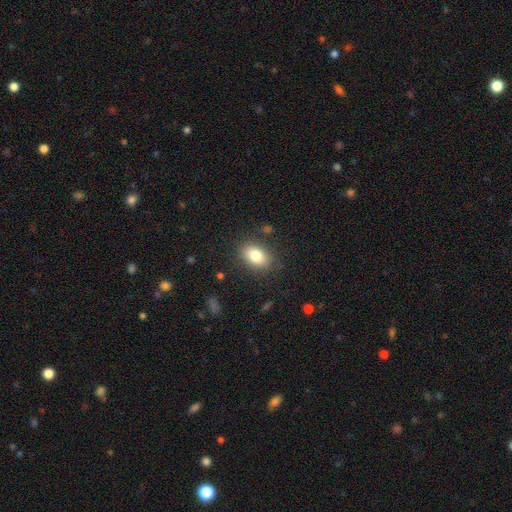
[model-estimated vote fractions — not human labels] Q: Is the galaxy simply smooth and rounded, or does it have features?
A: smooth — 82%.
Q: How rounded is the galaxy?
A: in between — 84%.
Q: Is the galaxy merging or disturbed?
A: none — 84%.